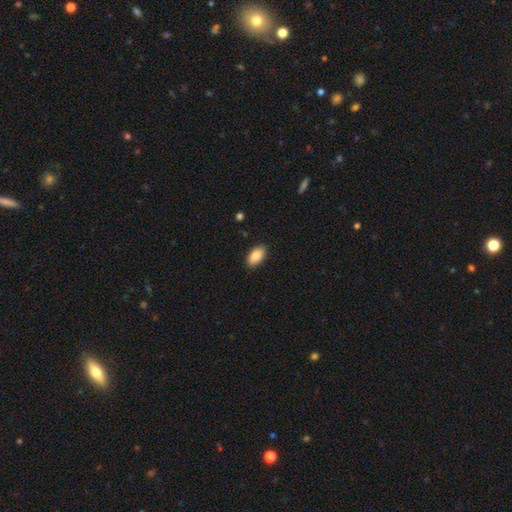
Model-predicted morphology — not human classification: A smooth galaxy with no disk features (86%) that is in between round and cigar-shaped (94%). Merging: none (89%).